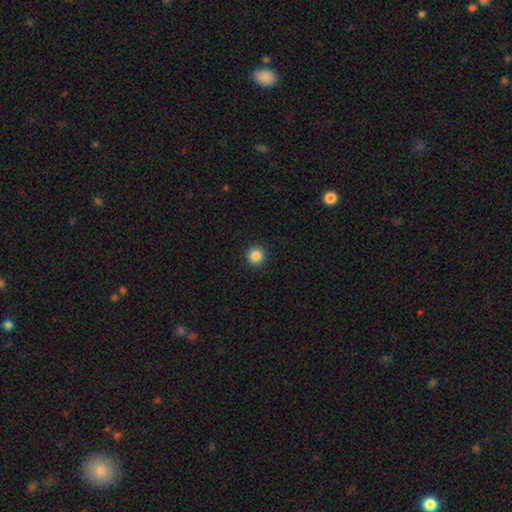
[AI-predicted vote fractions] A smooth galaxy with no disk features (86%) that is round (96%). Merging: none (93%).